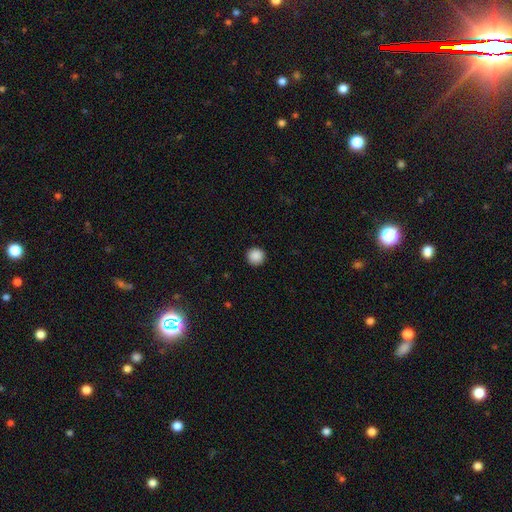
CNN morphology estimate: This is clearly a smooth galaxy (89%). How rounded: clearly round (96%). Merging: clearly none (92%).